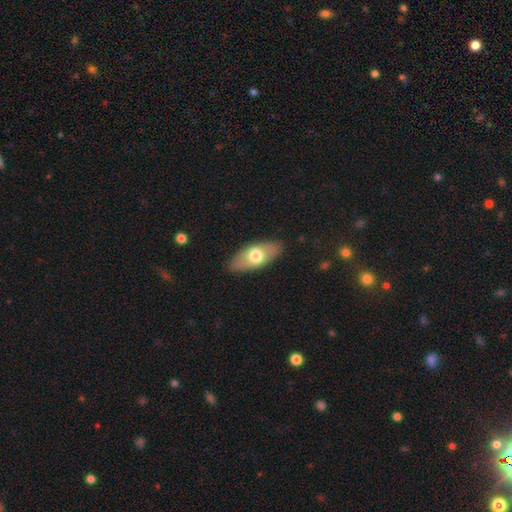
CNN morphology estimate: Overall: smooth (63%; featured or disk 32%). How rounded: in between (83%). Merging: none (86%).